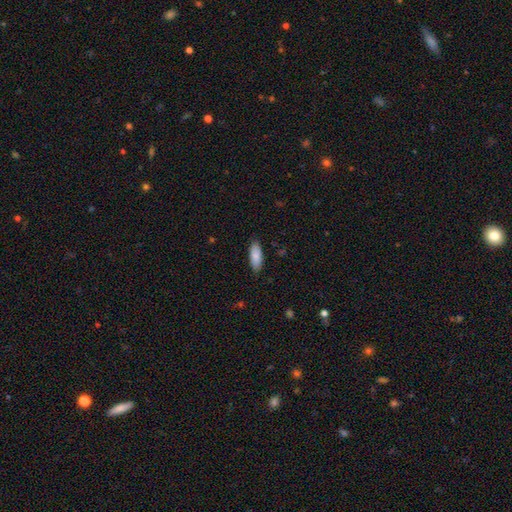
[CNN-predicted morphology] smooth_or_featured: smooth (p=0.85) [alt: featured or disk p=0.09]
how_rounded: in between (p=0.71) [alt: cigar-shaped p=0.27]
merging: none (p=0.86) [alt: minor disturbance p=0.11]